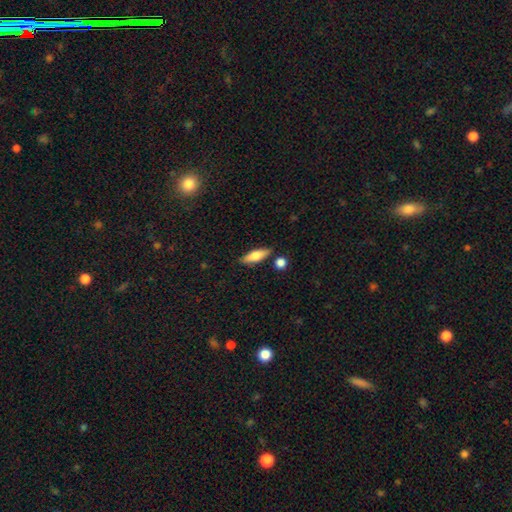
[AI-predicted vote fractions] Smooth or featured? smooth (66%)
How rounded? in between (55%)
Merging? none (81%)